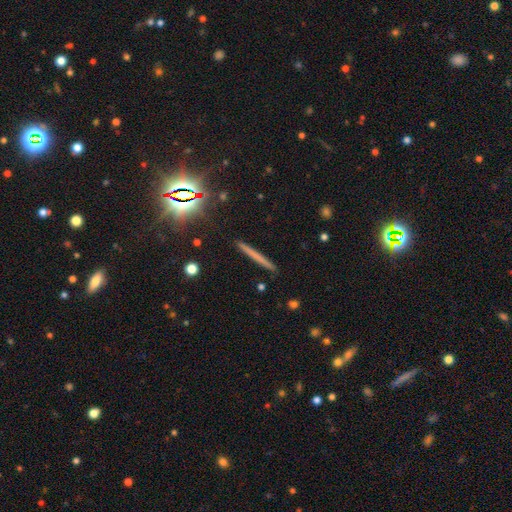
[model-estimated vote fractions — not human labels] Overall: smooth (52%; featured or disk 33%). How rounded: cigar-shaped (95%). Merging: none (91%).